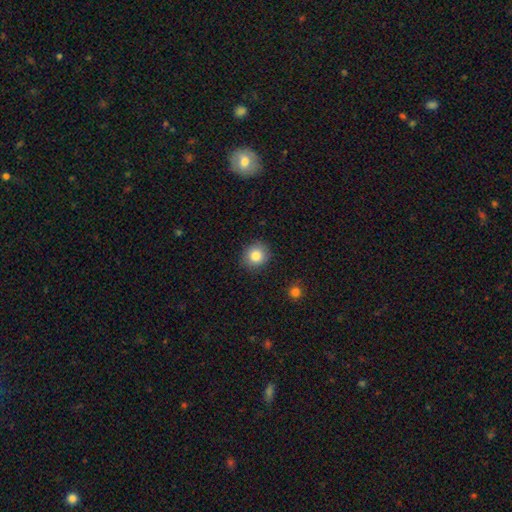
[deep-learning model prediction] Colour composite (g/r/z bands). It shows a smooth galaxy with no disk features (84%) that is round (87%). Merging: none (88%).